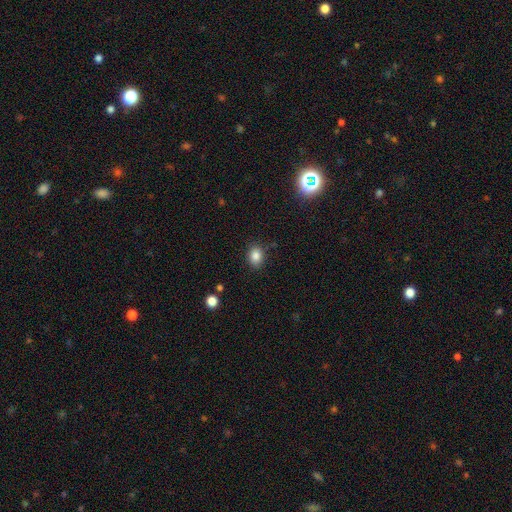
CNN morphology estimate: This is clearly a smooth galaxy (85%). How rounded: possibly in between (58%). Merging: clearly none (84%).